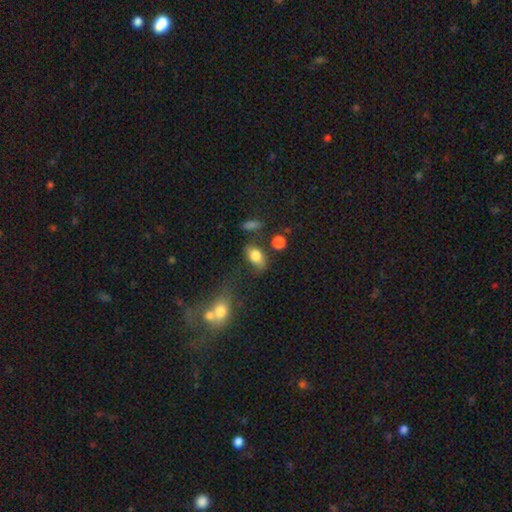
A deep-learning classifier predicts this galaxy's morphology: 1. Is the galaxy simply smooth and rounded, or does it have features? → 80% smooth, 12% featured or disk, 9% star or artifact.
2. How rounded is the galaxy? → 84% in between, 13% round, 3% cigar-shaped.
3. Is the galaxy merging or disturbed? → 58% none, 25% minor disturbance, 9% major disturbance, 8% merger.